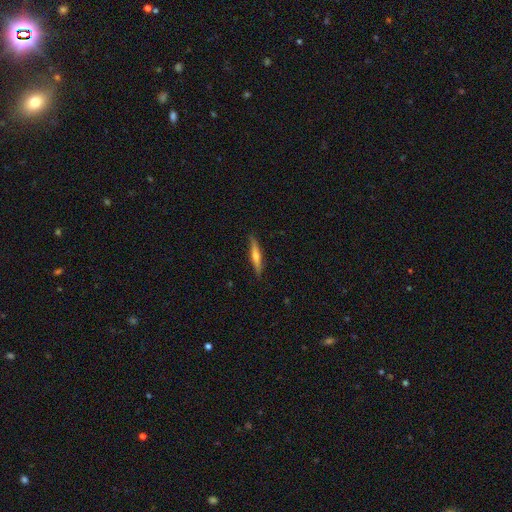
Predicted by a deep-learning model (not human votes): smooth-or-featured: featured or disk: 48% | smooth: 46% | star or artifact: 6%
  merging: none: 87% | minor disturbance: 10% | major disturbance: 2% | merger: 1%